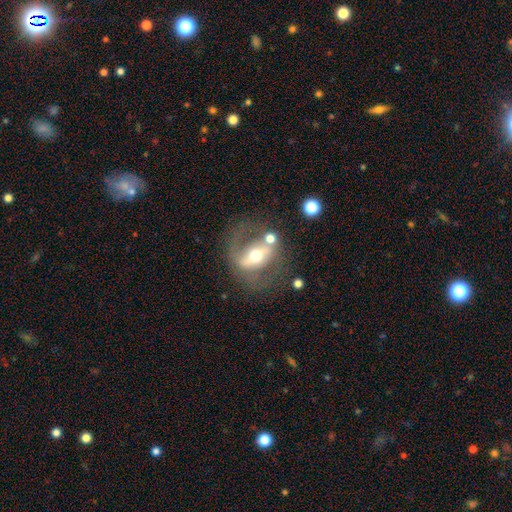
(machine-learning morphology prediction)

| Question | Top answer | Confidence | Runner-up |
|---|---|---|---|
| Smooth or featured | featured or disk | 73% | smooth (19%) |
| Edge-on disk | no | 90% | yes (10%) |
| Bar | strong | 54% | weak (26%) |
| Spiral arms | yes | 61% | no (39%) |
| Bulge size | moderate | 70% | small (17%) |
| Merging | none | 56% | minor disturbance (17%) |